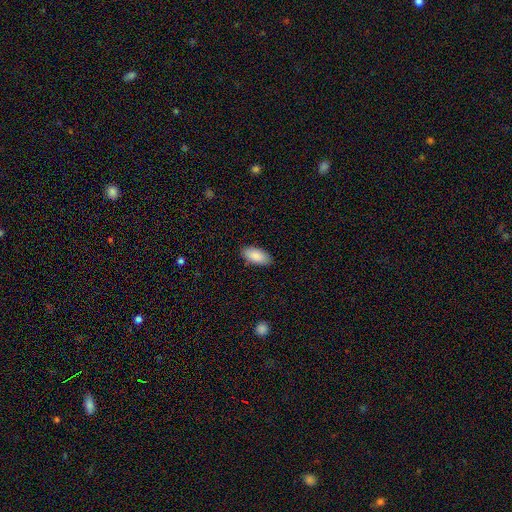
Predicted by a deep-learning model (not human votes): smooth-or-featured: smooth: 89% | star or artifact: 6% | featured or disk: 5%
  how-rounded: in between: 92% | cigar-shaped: 6% | round: 2%
  merging: none: 87% | minor disturbance: 10% | major disturbance: 2% | merger: 1%